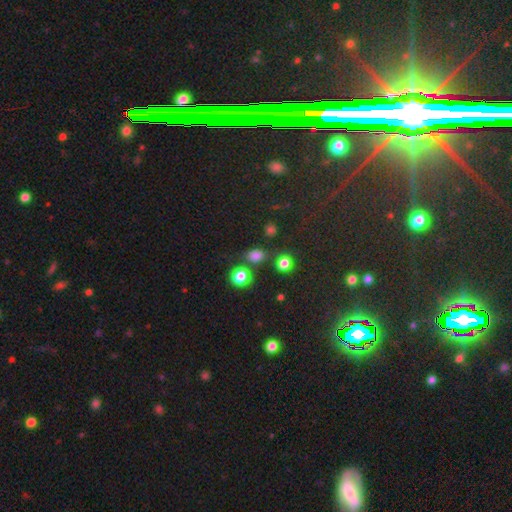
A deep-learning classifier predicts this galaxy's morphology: Smooth or featured?
  - smooth: 76% *
  - star or artifact: 19%
  - featured or disk: 5%
How rounded?
  - round: 49% * (tied)
  - in between: 49% * (tied)
  - cigar-shaped: 1%
Merging?
  - none: 76% *
  - minor disturbance: 11%
  - merger: 9%
  - major disturbance: 4%